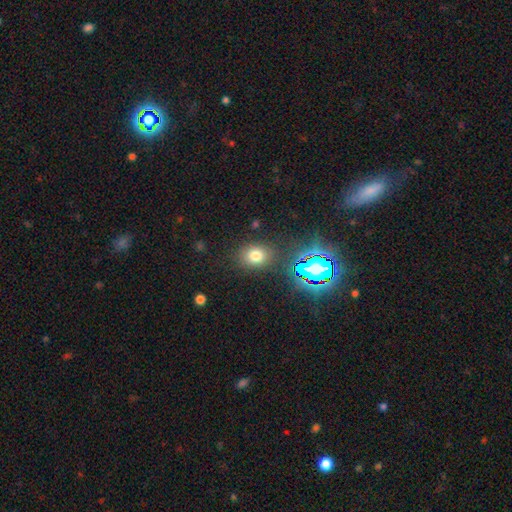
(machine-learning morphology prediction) Smooth or featured?
  - smooth: 71% *
  - star or artifact: 20%
  - featured or disk: 9%
How rounded?
  - in between: 53% *
  - round: 46%
  - cigar-shaped: 1%
Merging?
  - none: 83% *
  - minor disturbance: 10%
  - major disturbance: 4%
  - merger: 3%